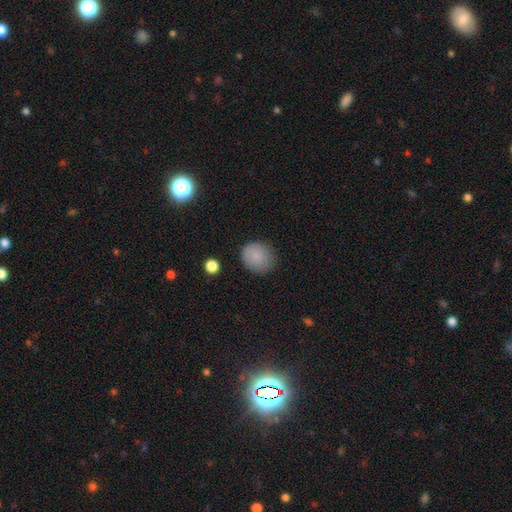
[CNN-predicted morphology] Overall: smooth (85%). How rounded: round (81%). Merging: none (81%).